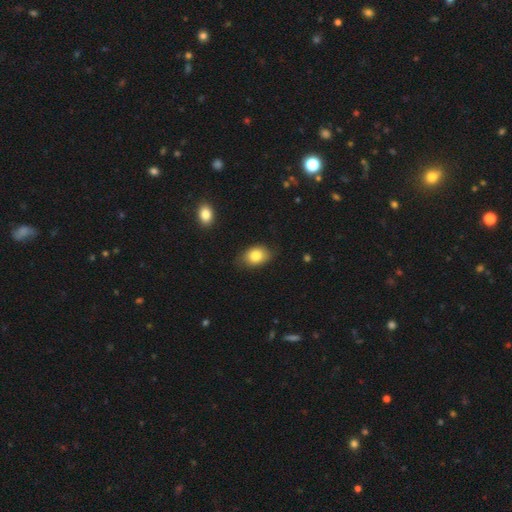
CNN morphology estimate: Smooth or featured? smooth (82%)
How rounded? in between (76%)
Merging? none (78%)